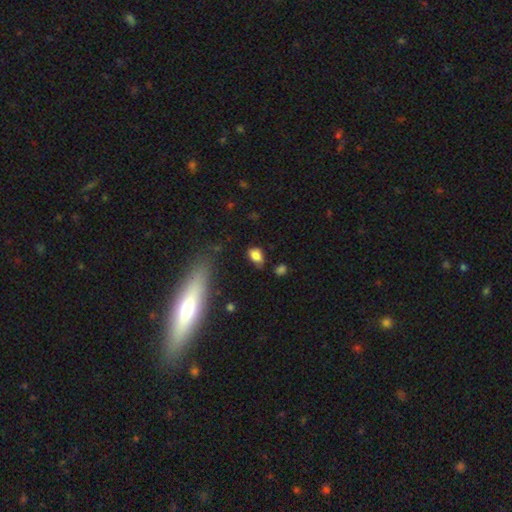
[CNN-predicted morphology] type=smooth (80%); roundness=in between (85%); merging=none (57%).